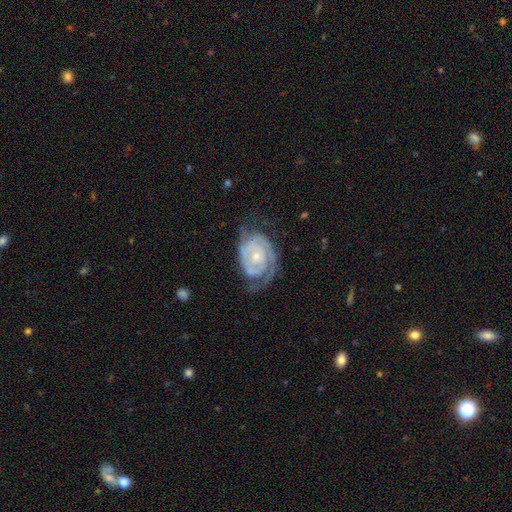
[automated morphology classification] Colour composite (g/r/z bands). It shows a featured or disk galaxy (90%) with no bar (72%), 2 (62%) tight (74%) spiral arms (97%) and a small central bulge (66%). Merging: none (64%).